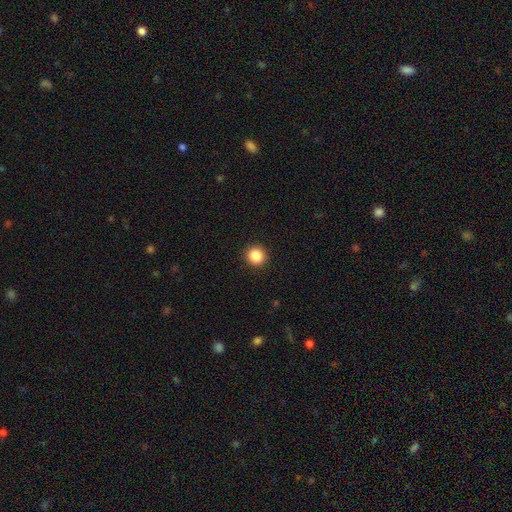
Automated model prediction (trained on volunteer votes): smooth-or-featured: smooth: 87% | star or artifact: 10% | featured or disk: 3%
  how-rounded: round: 93% | in between: 6% | cigar-shaped: 1%
  merging: none: 92% | minor disturbance: 5% | major disturbance: 2% | merger: 1%